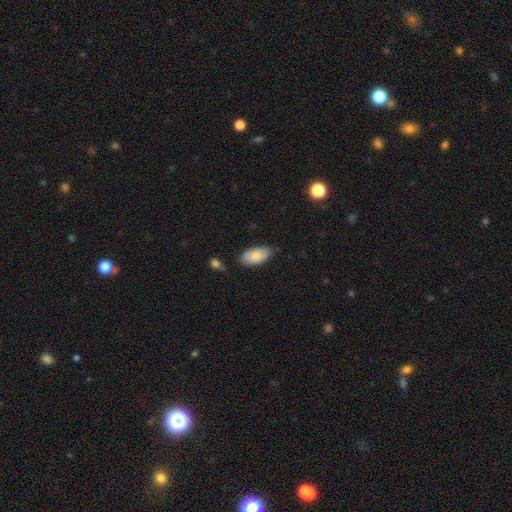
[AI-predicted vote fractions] The model was most divided on "merging": none: 76%, minor disturbance: 18%, major disturbance: 3%, merger: 3%. More confident: how rounded — in between (94%); smooth or featured — smooth (79%).